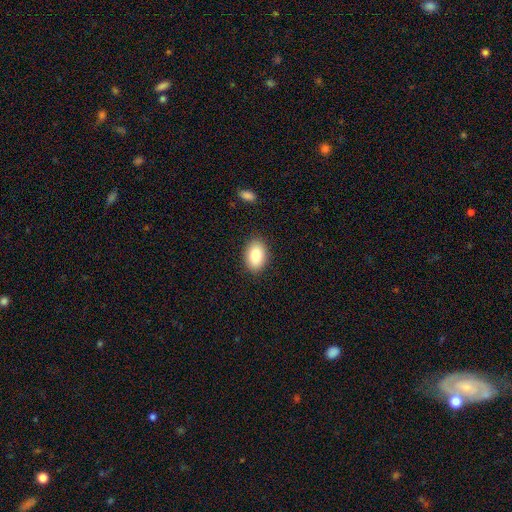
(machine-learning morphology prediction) Q: Smooth or featured?
A: smooth (88%); runner-up: star or artifact (7%)
Q: How rounded?
A: in between (90%); runner-up: round (8%)
Q: Merging?
A: none (87%); runner-up: minor disturbance (9%)